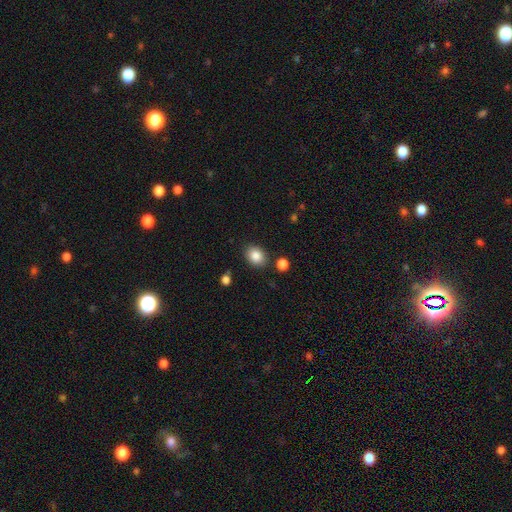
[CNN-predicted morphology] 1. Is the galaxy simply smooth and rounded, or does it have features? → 86% smooth, 9% star or artifact, 5% featured or disk.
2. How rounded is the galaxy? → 55% in between, 44% round, 1% cigar-shaped.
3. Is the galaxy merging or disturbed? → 84% none, 9% minor disturbance, 4% merger, 3% major disturbance.